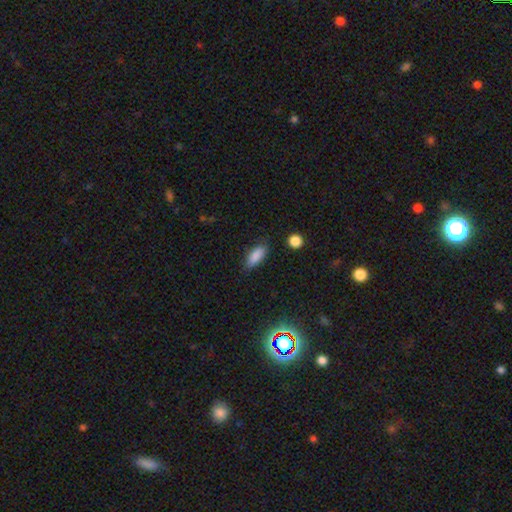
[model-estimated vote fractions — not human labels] Morphology: type=smooth (86%); roundness=in between (78%); merging=none (80%).